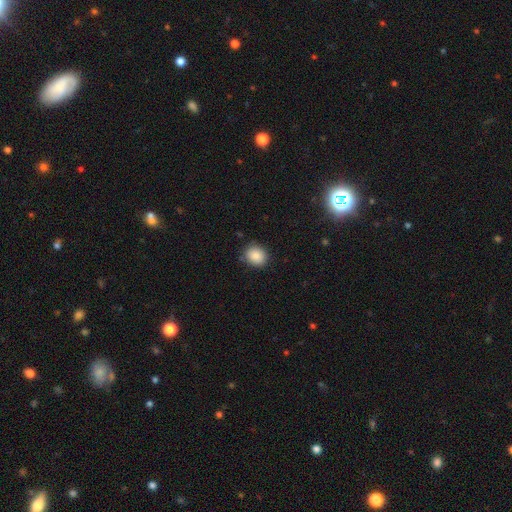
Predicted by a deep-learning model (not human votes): Smooth or featured: smooth — 87% (star or artifact — 8%)
How rounded: round — 63% (in between — 36%)
Merging: none — 82% (minor disturbance — 14%)